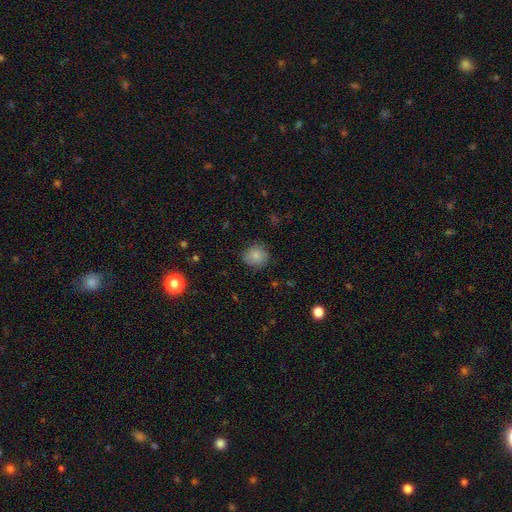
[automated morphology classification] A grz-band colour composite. It shows a smooth galaxy with no disk features (82%) that is round (79%). Merging: none (81%).